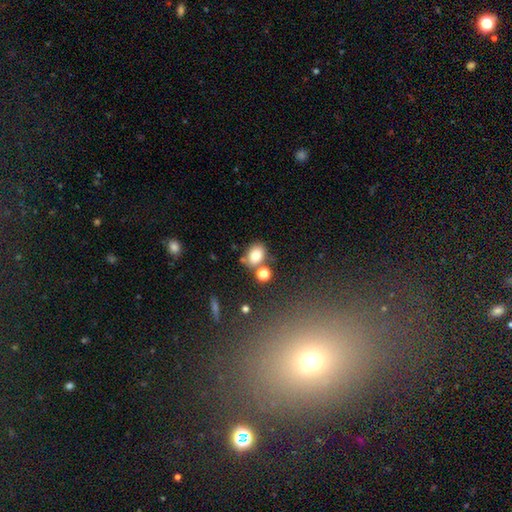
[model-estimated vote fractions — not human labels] Overall: smooth (80%). How rounded: in between (68%; round 31%). Merging: none (61%).